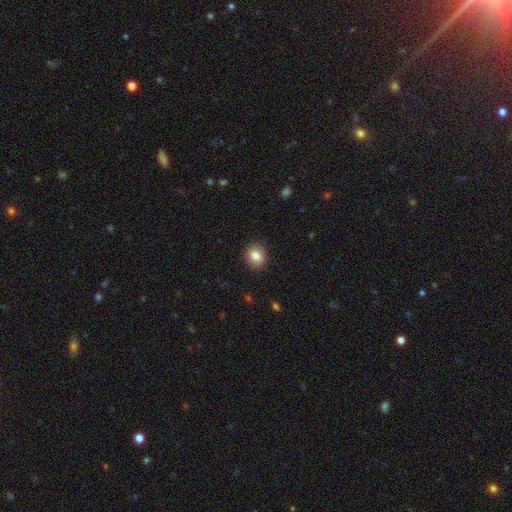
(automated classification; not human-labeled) Smooth or featured?
  - smooth: 84% *
  - star or artifact: 9%
  - featured or disk: 7%
How rounded?
  - round: 68% *
  - in between: 31%
  - cigar-shaped: 1%
Merging?
  - none: 91% *
  - minor disturbance: 7%
  - major disturbance: 2%
  - merger: 1%